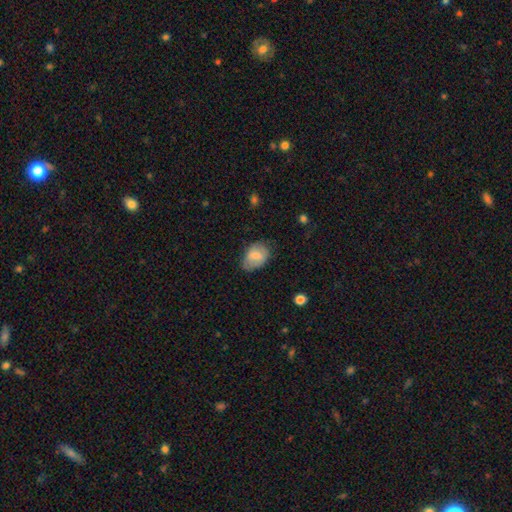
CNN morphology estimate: Smooth or featured? Predicted: smooth (p=0.73). How rounded? Predicted: in between (p=0.86). Merging? Predicted: none (p=0.63).